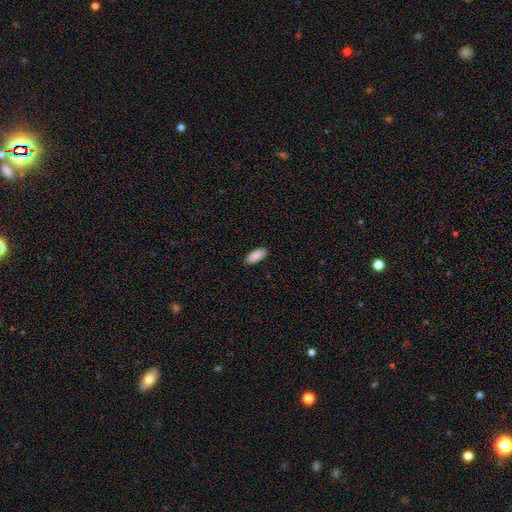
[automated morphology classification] Smooth or featured? Predicted: smooth (p=0.90). How rounded? Predicted: in between (p=0.83). Merging? Predicted: none (p=0.89).